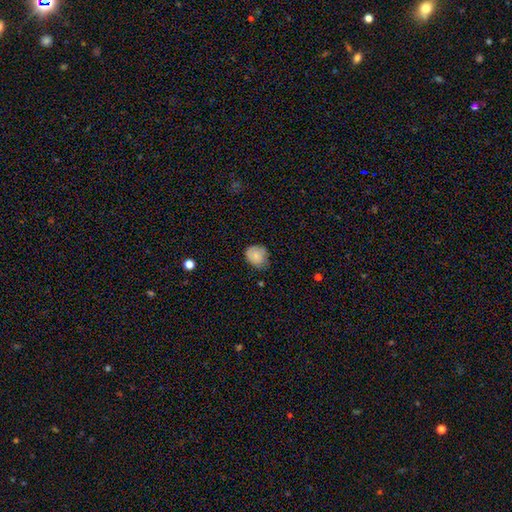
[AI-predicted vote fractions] Q: Smooth or featured?
A: smooth (81%); runner-up: featured or disk (11%)
Q: How rounded?
A: round (59%); runner-up: in between (41%)
Q: Merging?
A: none (62%); runner-up: minor disturbance (31%)